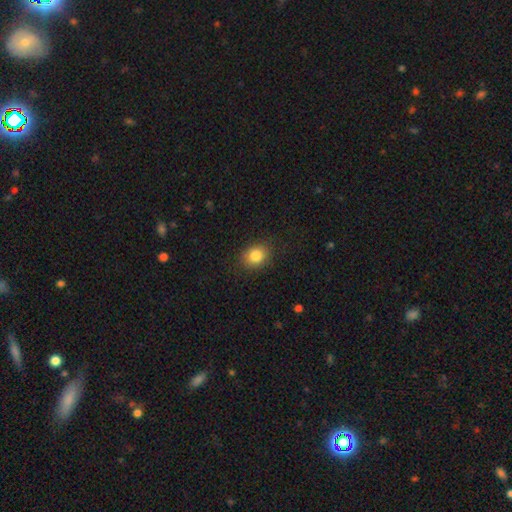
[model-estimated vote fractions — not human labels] Q: Smooth or featured?
A: smooth (84%); runner-up: star or artifact (10%)
Q: How rounded?
A: round (56%); runner-up: in between (43%)
Q: Merging?
A: none (85%); runner-up: minor disturbance (11%)